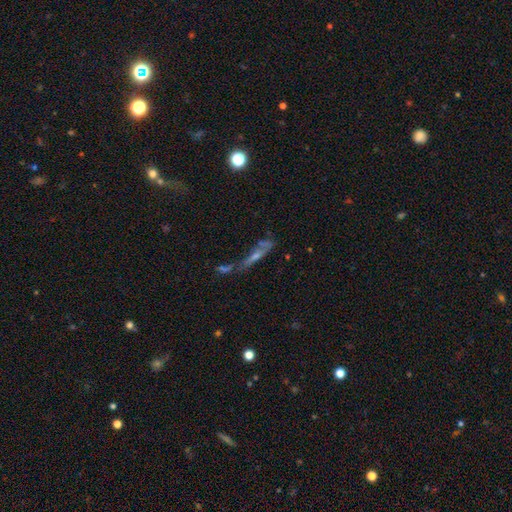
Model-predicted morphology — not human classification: smooth_or_featured: featured or disk (p=0.52) [alt: smooth p=0.29]
disk_edge_on: yes (p=0.52) [alt: no p=0.48]
merging: merger (p=0.34) [alt: none p=0.31]